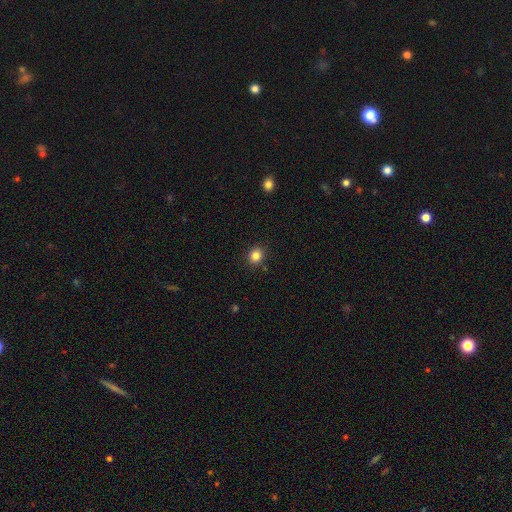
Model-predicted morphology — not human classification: Smooth or featured: smooth — 84% (star or artifact — 11%)
How rounded: round — 76% (in between — 23%)
Merging: none — 89% (minor disturbance — 8%)